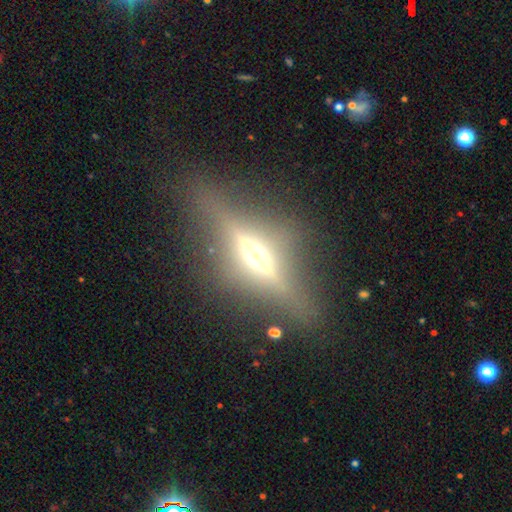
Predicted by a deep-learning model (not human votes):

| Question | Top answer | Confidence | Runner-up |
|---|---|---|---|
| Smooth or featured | featured or disk | 80% | smooth (12%) |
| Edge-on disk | yes | 93% | no (7%) |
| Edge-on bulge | rounded | 94% | boxy (4%) |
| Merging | none | 81% | minor disturbance (11%) |